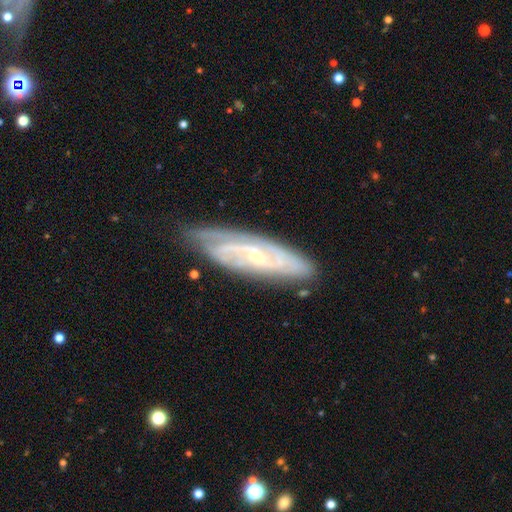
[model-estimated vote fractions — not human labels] smooth_or_featured: featured or disk (p=0.84) [alt: smooth p=0.10]
disk_edge_on: no (p=0.84) [alt: yes p=0.16]
bar: weak (p=0.43) [alt: no p=0.40]
has_spiral_arms: yes (p=0.95) [alt: no p=0.05]
spiral_winding: tight (p=0.48) [alt: medium p=0.40]
spiral_arm_count: 2 (p=0.52) [alt: can't tell p=0.23]
bulge_size: small (p=0.65) [alt: moderate p=0.28]
merging: none (p=0.76) [alt: minor disturbance p=0.18]